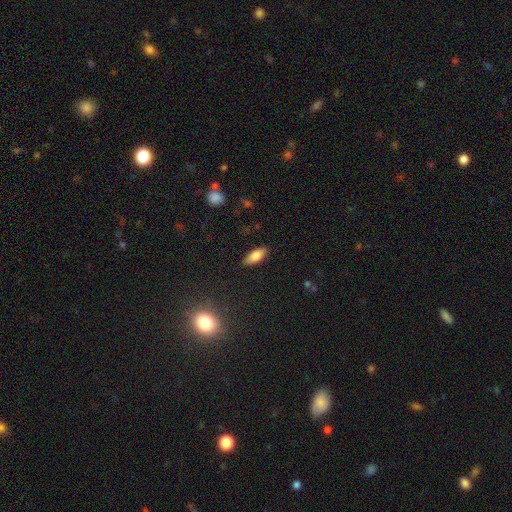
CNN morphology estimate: This appears to be a smooth galaxy with no disk features (74%) that is in between round and cigar-shaped (75%). Merging: none (87%).